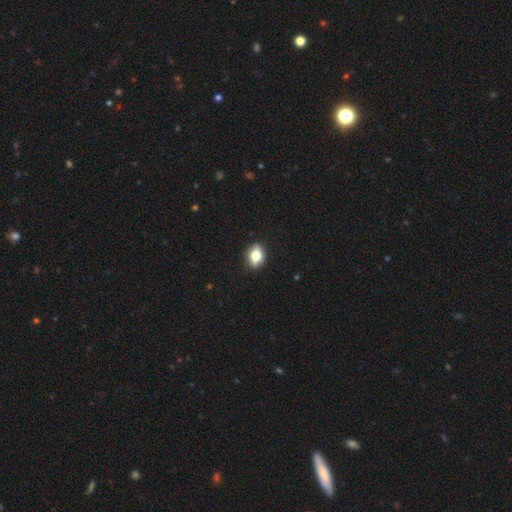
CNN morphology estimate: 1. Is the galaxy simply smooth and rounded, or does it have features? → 65% smooth, 27% featured or disk, 9% star or artifact.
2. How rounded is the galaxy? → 72% in between, 23% round, 5% cigar-shaped.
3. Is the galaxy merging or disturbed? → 86% none, 10% minor disturbance, 2% major disturbance, 1% merger.